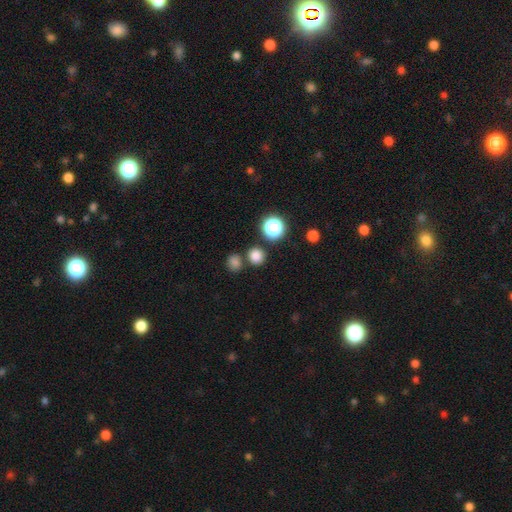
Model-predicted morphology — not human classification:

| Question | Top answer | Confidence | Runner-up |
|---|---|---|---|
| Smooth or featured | smooth | 78% | star or artifact (17%) |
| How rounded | round | 86% | in between (13%) |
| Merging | none | 77% | merger (13%) |